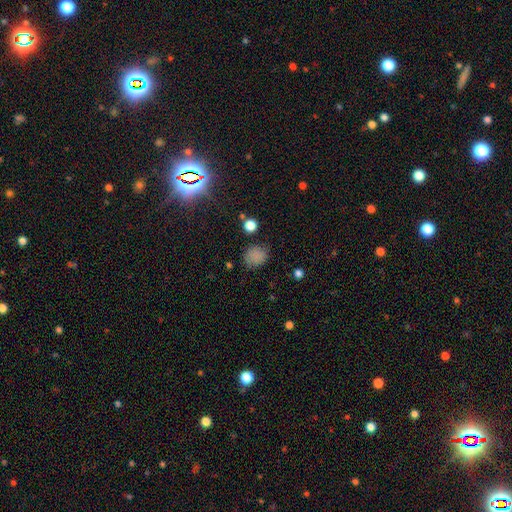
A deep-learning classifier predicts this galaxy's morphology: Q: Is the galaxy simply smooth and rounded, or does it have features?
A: smooth — 79%.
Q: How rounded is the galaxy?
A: round — 63%.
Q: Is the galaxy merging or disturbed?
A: none — 74%.